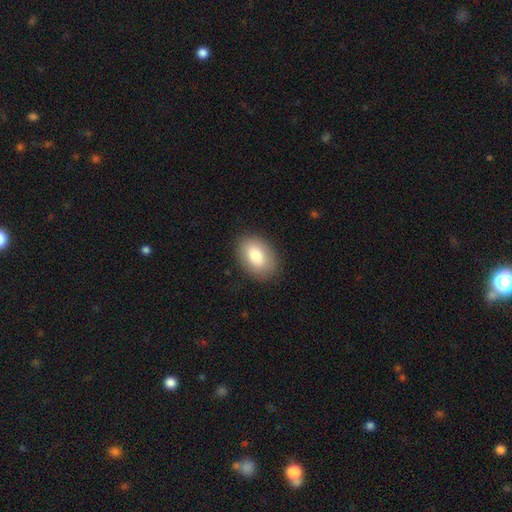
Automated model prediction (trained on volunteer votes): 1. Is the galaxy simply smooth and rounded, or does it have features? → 81% smooth, 12% featured or disk, 7% star or artifact.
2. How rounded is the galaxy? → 85% in between, 14% round, 1% cigar-shaped.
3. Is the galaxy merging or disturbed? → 85% none, 11% minor disturbance, 3% major disturbance, 1% merger.